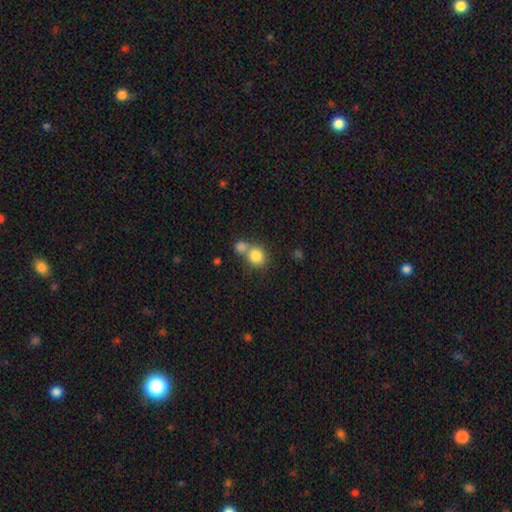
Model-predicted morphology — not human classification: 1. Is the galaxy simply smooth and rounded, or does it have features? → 83% smooth, 10% star or artifact, 8% featured or disk.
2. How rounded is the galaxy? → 79% round, 20% in between, 1% cigar-shaped.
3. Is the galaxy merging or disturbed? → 45% none, 43% merger, 8% minor disturbance, 4% major disturbance.